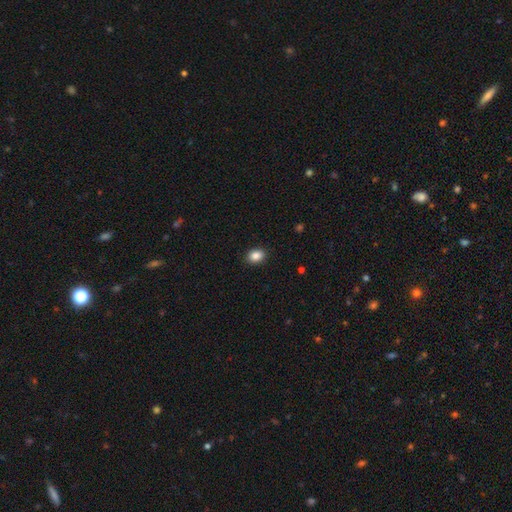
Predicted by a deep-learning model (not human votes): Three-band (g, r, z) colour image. It shows a smooth galaxy with no disk features (87%) that is in between round and cigar-shaped (69%). Merging: none (90%).